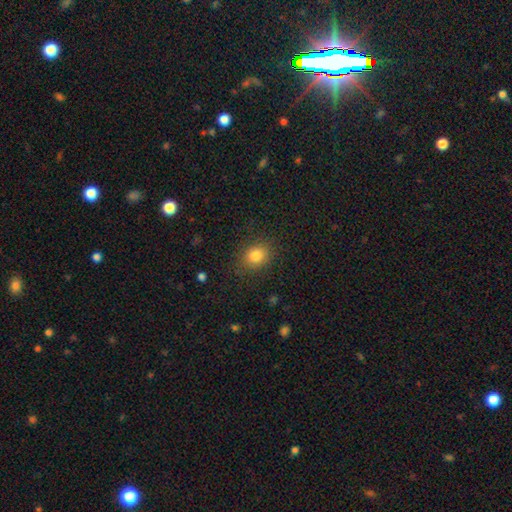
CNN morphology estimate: Smooth or featured? Predicted: smooth (p=0.82). How rounded? Predicted: round (p=0.66). Merging? Predicted: none (p=0.85).